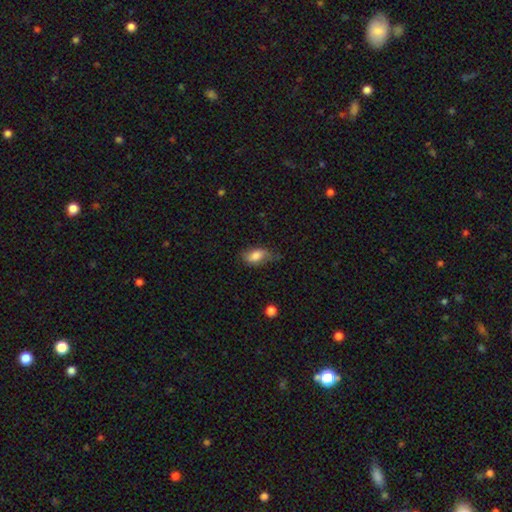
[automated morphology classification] smooth_or_featured: smooth (p=0.77) [alt: featured or disk p=0.15]
how_rounded: in between (p=0.88) [alt: round p=0.07]
merging: none (p=0.50) [alt: minor disturbance p=0.35]